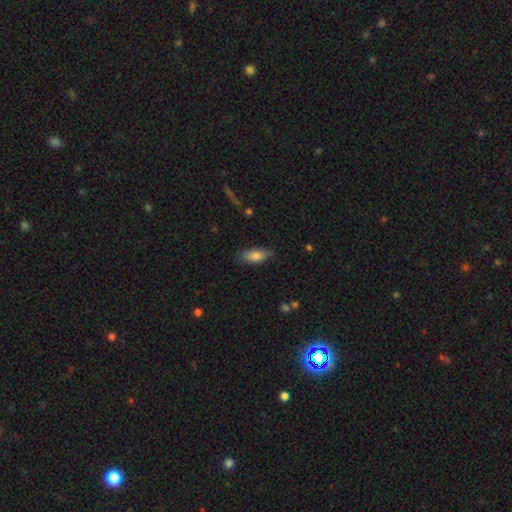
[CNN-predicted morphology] Smooth or featured?
  - smooth: 78% *
  - featured or disk: 15%
  - star or artifact: 7%
How rounded?
  - in between: 84% *
  - cigar-shaped: 13%
  - round: 3%
Merging?
  - none: 66% *
  - minor disturbance: 27%
  - major disturbance: 6%
  - merger: 2%